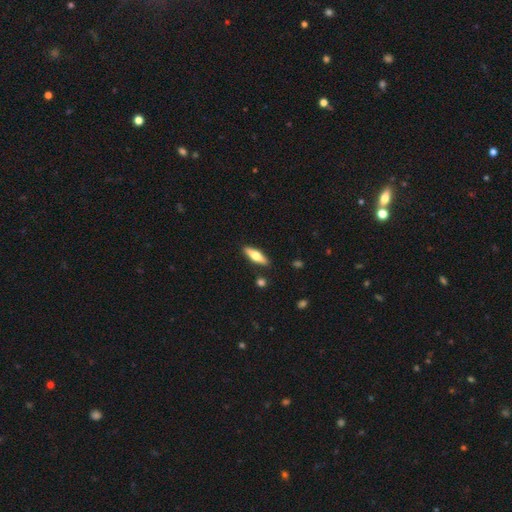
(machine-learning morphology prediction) Smooth or featured?
  - smooth: 49% *
  - featured or disk: 45%
  - star or artifact: 6%
Merging?
  - none: 88% *
  - minor disturbance: 8%
  - merger: 2%
  - major disturbance: 2%